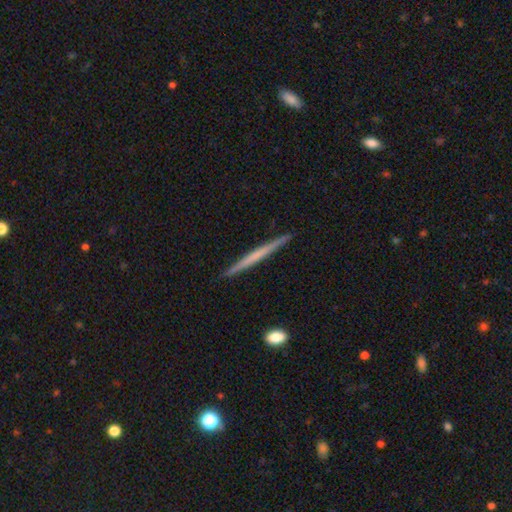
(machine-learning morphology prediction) Smooth or featured? Predicted: featured or disk (p=0.53). Edge-on disk? Predicted: yes (p=0.98). Edge-on bulge? Predicted: none (p=0.87). Merging? Predicted: none (p=0.92).